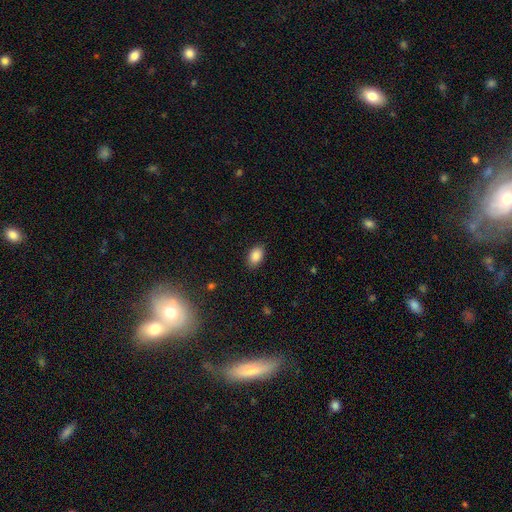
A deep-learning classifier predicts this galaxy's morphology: This is clearly a smooth galaxy (87%). How rounded: clearly in between (89%). Merging: clearly none (87%).